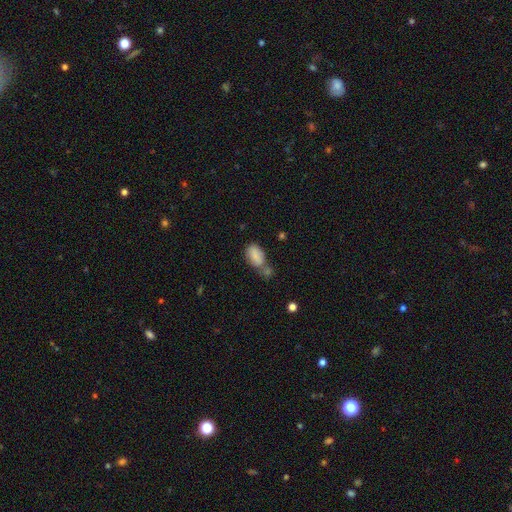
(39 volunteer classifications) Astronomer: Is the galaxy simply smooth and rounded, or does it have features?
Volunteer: smooth — 79%.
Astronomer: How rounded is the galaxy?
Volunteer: in between — 87%.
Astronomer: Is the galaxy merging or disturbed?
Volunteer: merger — 60%.